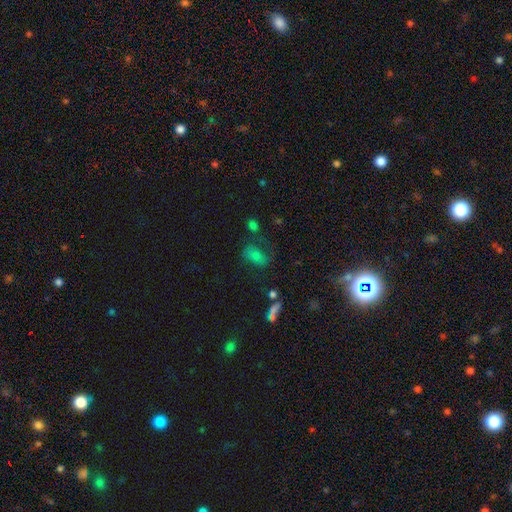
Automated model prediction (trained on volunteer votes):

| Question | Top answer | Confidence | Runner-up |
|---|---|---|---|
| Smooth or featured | smooth | 55% | star or artifact (25%) |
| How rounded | in between | 82% | round (14%) |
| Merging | none | 54% | minor disturbance (23%) |